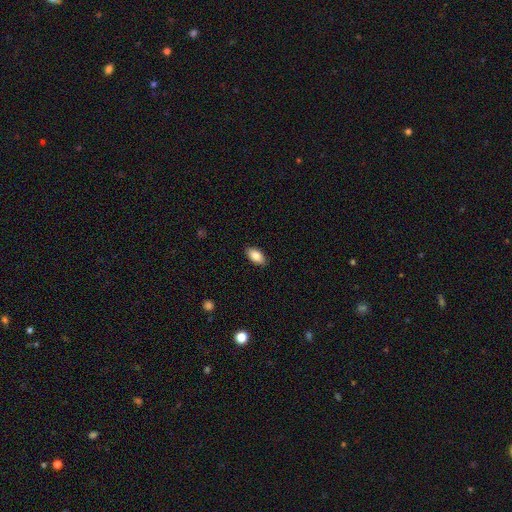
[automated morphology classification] Overall: smooth (86%). How rounded: in between (93%). Merging: none (87%).